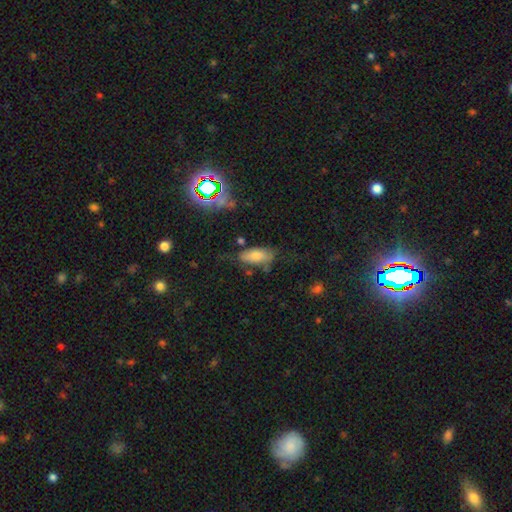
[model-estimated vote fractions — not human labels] Overall: smooth (69%). How rounded: in between (84%). Merging: none (63%; minor disturbance 24%).